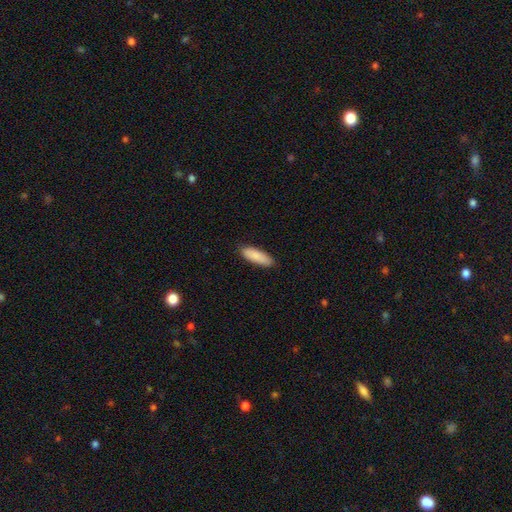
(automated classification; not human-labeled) This is clearly a smooth galaxy (88%). How rounded: possibly in between (55%). Merging: clearly none (88%).